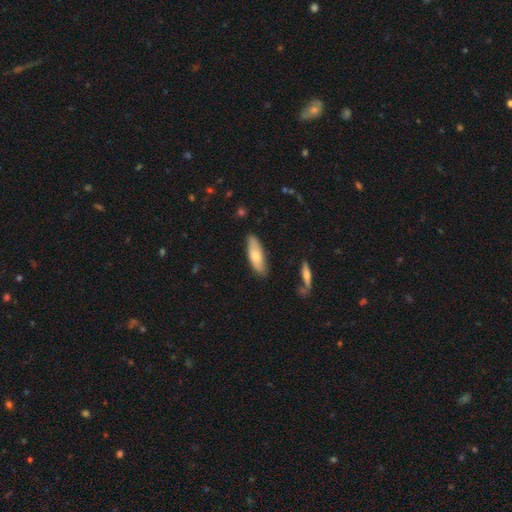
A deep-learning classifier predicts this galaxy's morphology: Smooth or featured: smooth — 74% (featured or disk — 20%)
How rounded: in between — 55% (cigar-shaped — 43%)
Merging: none — 83% (minor disturbance — 13%)